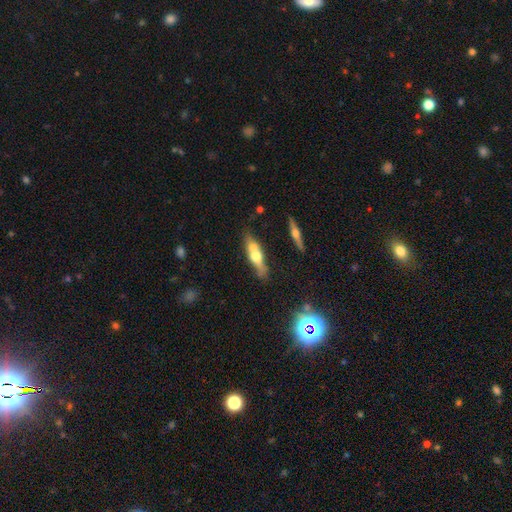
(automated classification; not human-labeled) Smooth or featured? Predicted: featured or disk (p=0.54). Edge-on disk? Predicted: yes (p=0.84). Merging? Predicted: none (p=0.59).